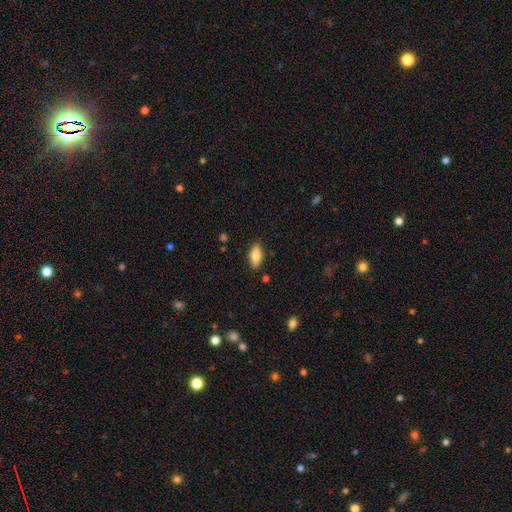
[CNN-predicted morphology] Q: Smooth or featured?
A: smooth (78%); runner-up: featured or disk (15%)
Q: How rounded?
A: in between (86%); runner-up: cigar-shaped (11%)
Q: Merging?
A: none (85%); runner-up: minor disturbance (11%)